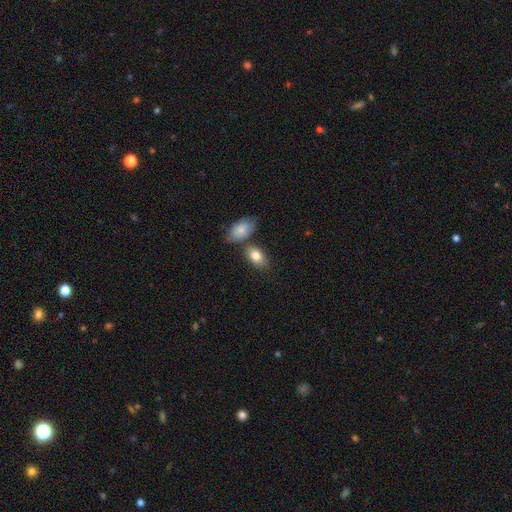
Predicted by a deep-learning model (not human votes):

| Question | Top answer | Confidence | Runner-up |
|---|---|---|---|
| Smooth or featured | smooth | 83% | featured or disk (11%) |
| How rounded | in between | 90% | round (8%) |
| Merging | none | 61% | merger (21%) |